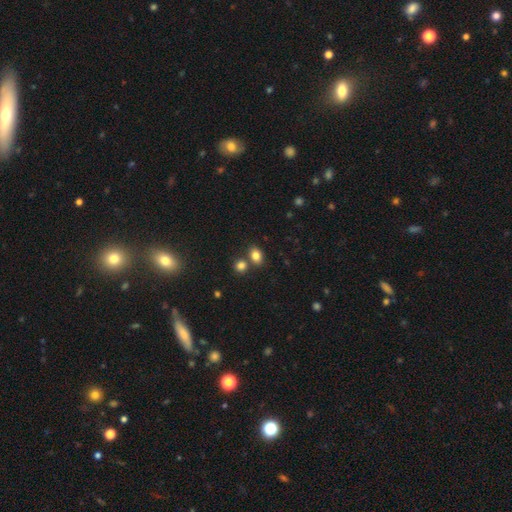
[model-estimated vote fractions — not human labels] A smooth galaxy with no disk features (83%) that is in between round and cigar-shaped (66%).

Vote fractions:
- Smooth or featured? smooth: 83% / star or artifact: 11% / featured or disk: 6%
- How rounded? in between: 66% / round: 32% / cigar-shaped: 1%
- Merging? none: 63% / merger: 24% / minor disturbance: 10% / major disturbance: 3%